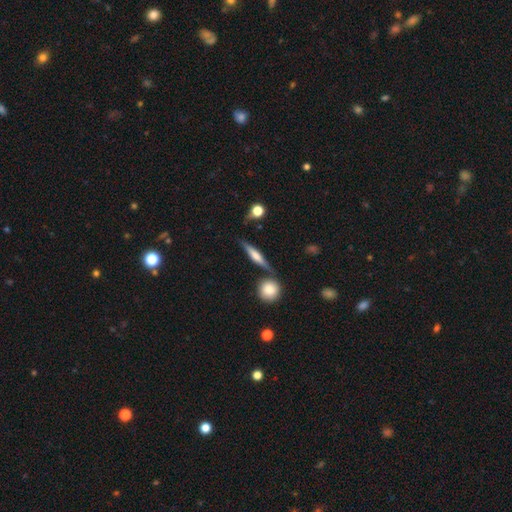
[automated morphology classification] Q: Smooth or featured?
A: featured or disk (55%); runner-up: smooth (38%)
Q: Edge-on disk?
A: yes (94%); runner-up: no (6%)
Q: Edge-on bulge?
A: rounded (63%); runner-up: boxy (22%)
Q: Merging?
A: none (78%); runner-up: minor disturbance (12%)